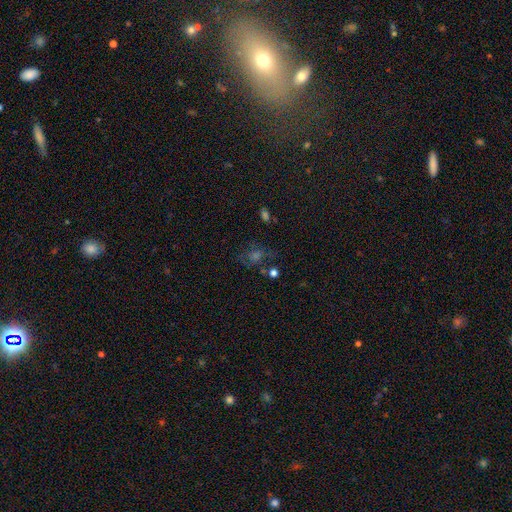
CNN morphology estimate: Overall: star or artifact (41%; featured or disk 32%).